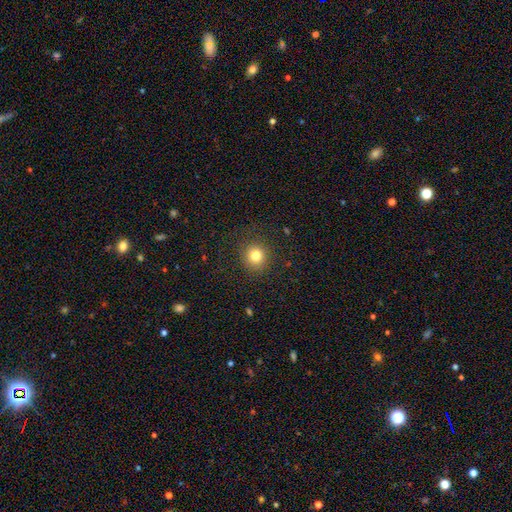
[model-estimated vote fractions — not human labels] smooth 80%, star or artifact 13%, featured or disk 7%. Down the decision tree: how rounded — round (90%); merging — none (90%).